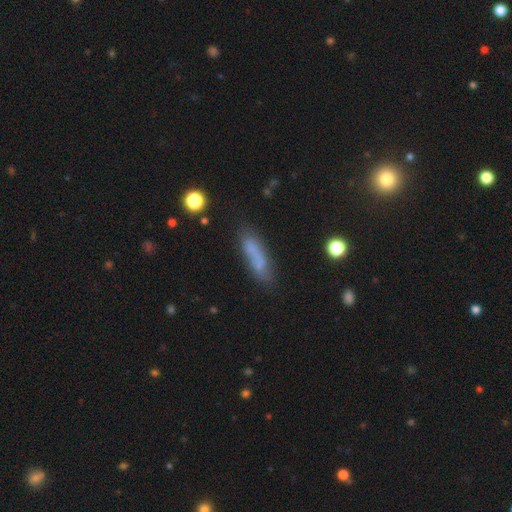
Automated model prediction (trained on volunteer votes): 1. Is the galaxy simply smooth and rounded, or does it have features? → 68% smooth, 21% featured or disk, 11% star or artifact.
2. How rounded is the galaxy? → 65% cigar-shaped, 32% in between, 3% round.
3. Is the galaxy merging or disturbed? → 62% none, 21% minor disturbance, 9% merger, 8% major disturbance.